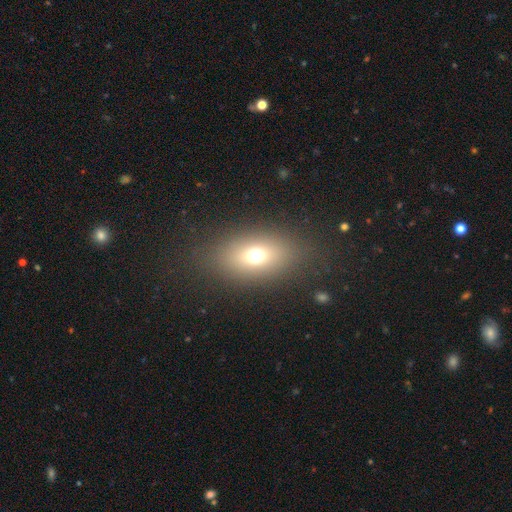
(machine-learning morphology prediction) Smooth or featured?
  - smooth: 67% *
  - star or artifact: 17%
  - featured or disk: 16%
How rounded?
  - in between: 73% *
  - round: 24%
  - cigar-shaped: 2%
Merging?
  - none: 81% *
  - minor disturbance: 10%
  - major disturbance: 8%
  - merger: 2%